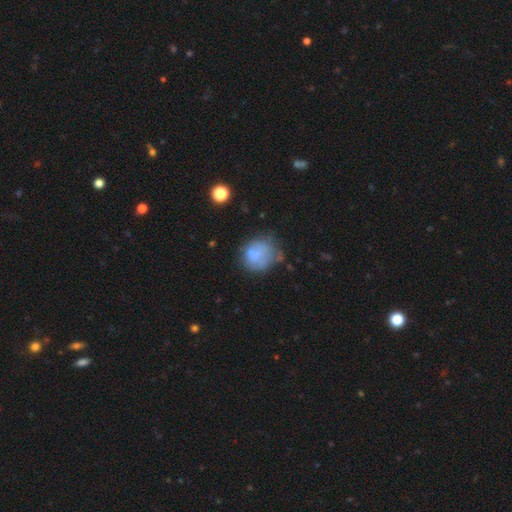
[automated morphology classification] A smooth galaxy with no disk features (67%) that is round (75%). Merging: none (45%).